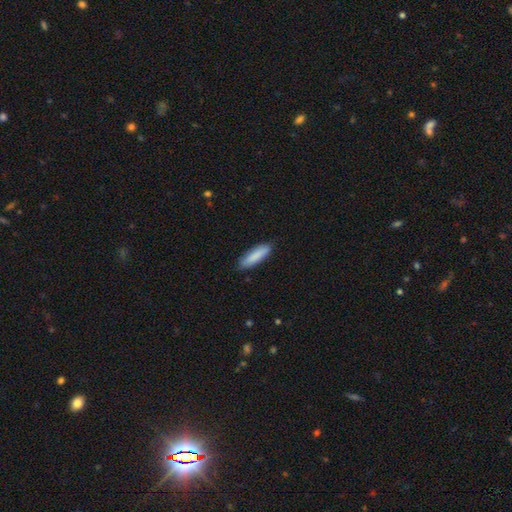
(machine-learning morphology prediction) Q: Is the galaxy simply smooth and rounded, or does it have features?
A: smooth — 87%.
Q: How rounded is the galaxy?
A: cigar-shaped — 63%.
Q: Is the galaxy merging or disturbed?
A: none — 86%.